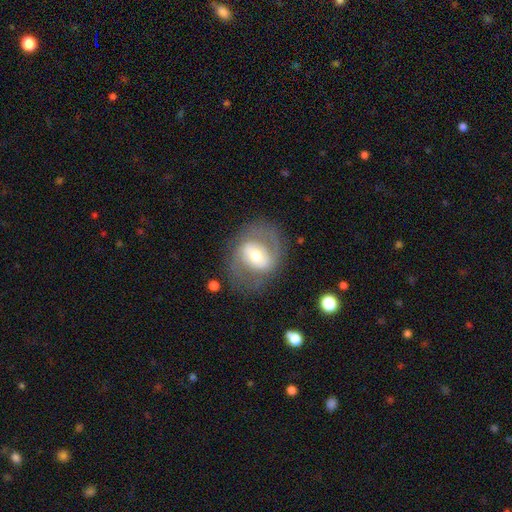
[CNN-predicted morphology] Q: Smooth or featured?
A: featured or disk (69%); runner-up: smooth (24%)
Q: Edge-on disk?
A: no (96%); runner-up: yes (4%)
Q: Bar?
A: weak (42%); runner-up: no (30%)
Q: Spiral arms?
A: yes (72%); runner-up: no (28%)
Q: Bulge size?
A: moderate (63%); runner-up: small (19%)
Q: Merging?
A: none (69%); runner-up: minor disturbance (16%)